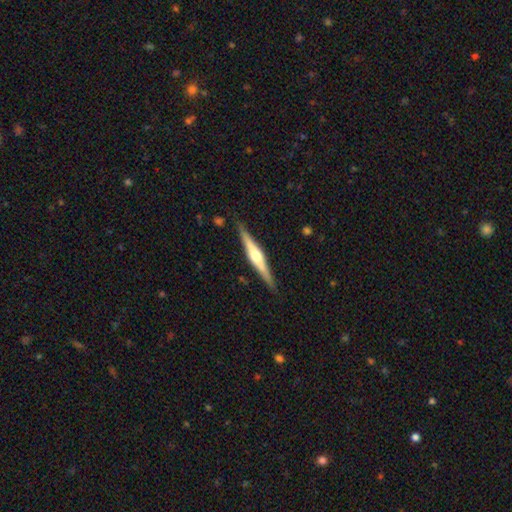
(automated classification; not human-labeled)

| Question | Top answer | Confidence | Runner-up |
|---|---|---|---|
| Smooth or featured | featured or disk | 74% | smooth (21%) |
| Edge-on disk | yes | 98% | no (2%) |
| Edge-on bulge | rounded | 91% | boxy (6%) |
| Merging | none | 88% | minor disturbance (9%) |